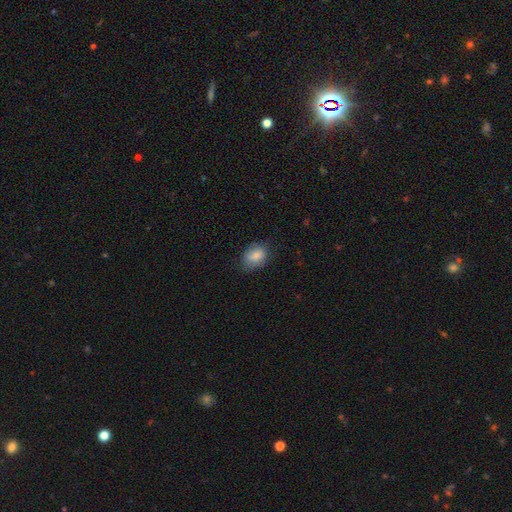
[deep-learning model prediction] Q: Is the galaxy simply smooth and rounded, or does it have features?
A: smooth — 83%.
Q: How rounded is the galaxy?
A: in between — 73%.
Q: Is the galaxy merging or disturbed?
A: none — 71%.